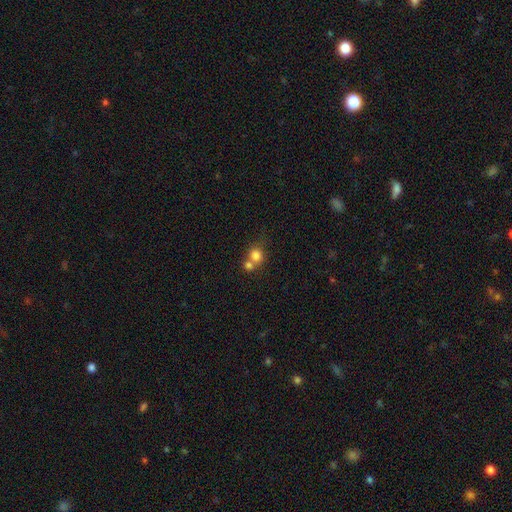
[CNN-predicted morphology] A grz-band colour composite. It shows a smooth galaxy with no disk features (78%) that is round (83%). Merging: merger (50%).